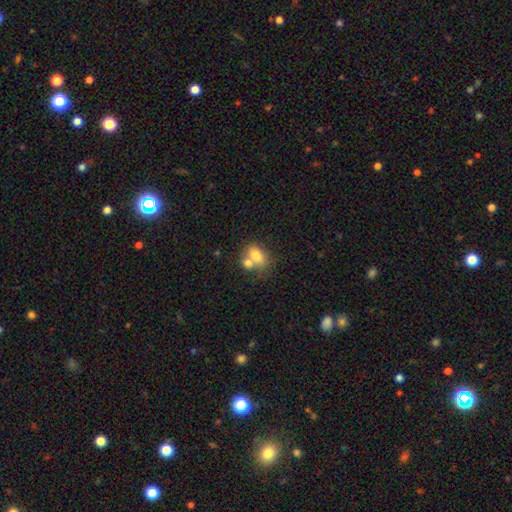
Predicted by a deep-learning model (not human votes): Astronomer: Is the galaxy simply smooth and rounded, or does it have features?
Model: smooth — 75%.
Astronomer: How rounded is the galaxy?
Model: in between — 76%.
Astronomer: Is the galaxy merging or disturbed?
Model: merger — 49% (runner-up: none, 36%).